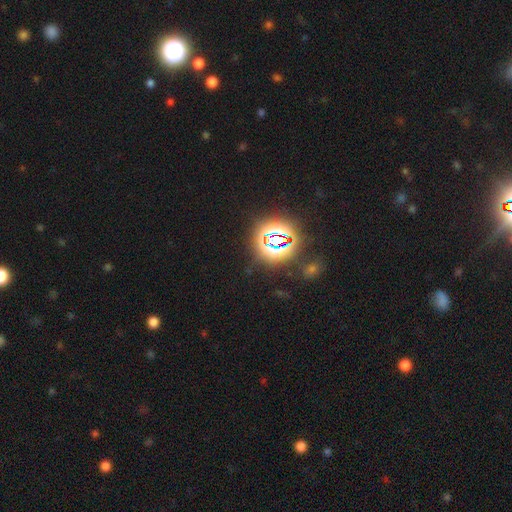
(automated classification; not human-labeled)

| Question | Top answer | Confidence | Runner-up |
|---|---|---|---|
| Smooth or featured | star or artifact | 81% | smooth (13%) |